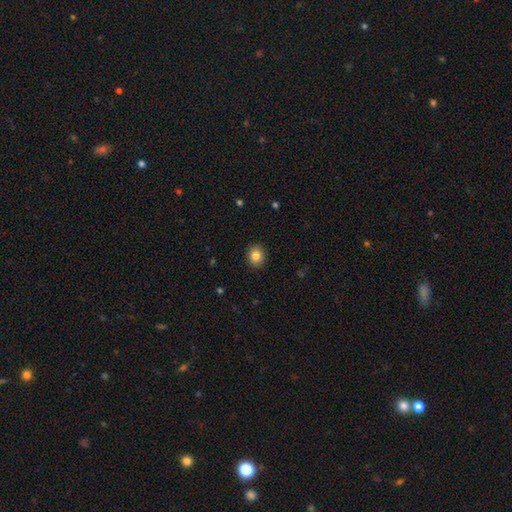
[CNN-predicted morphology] A smooth galaxy with no disk features (84%) that is round (66%).

Vote fractions:
- Smooth or featured? smooth: 84% / star or artifact: 9% / featured or disk: 6%
- How rounded? round: 66% / in between: 33% / cigar-shaped: 1%
- Merging? none: 90% / minor disturbance: 7% / major disturbance: 2% / merger: 1%